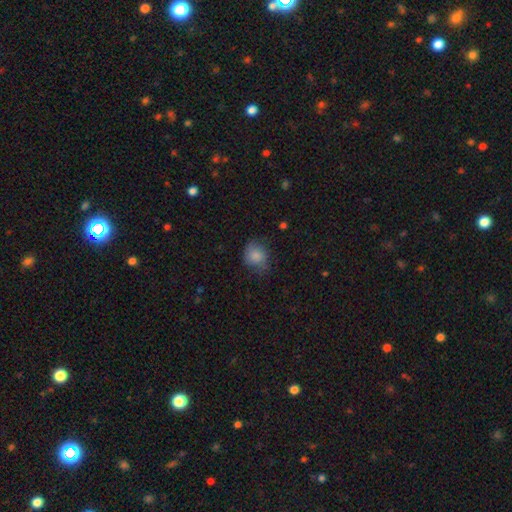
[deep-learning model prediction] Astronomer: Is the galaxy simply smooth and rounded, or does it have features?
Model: smooth — 83%.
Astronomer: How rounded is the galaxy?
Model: round — 68%.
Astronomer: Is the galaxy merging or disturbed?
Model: none — 62%.